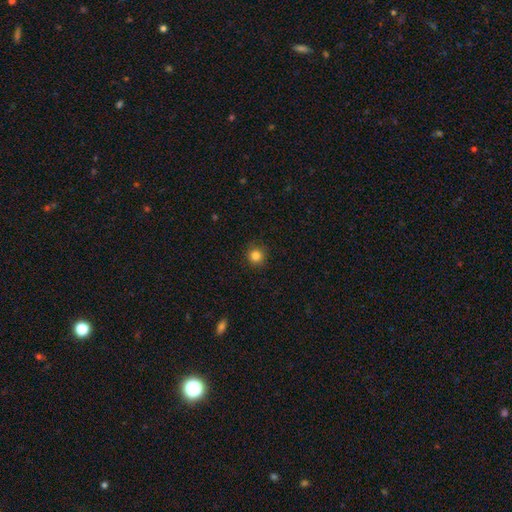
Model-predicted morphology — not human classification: smooth-or-featured: smooth: 83% | star or artifact: 12% | featured or disk: 4%
  how-rounded: round: 94% | in between: 5% | cigar-shaped: 1%
  merging: none: 91% | minor disturbance: 6% | major disturbance: 2% | merger: 1%